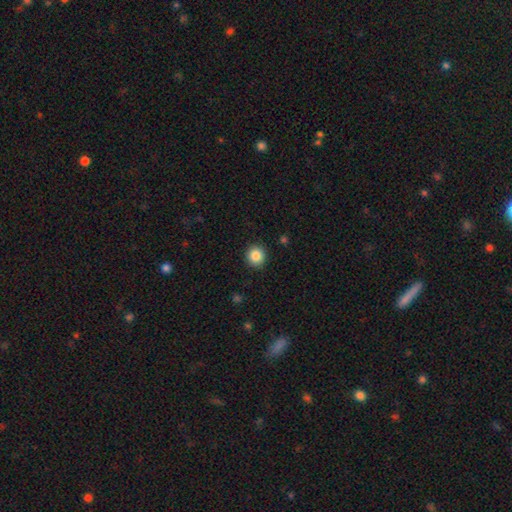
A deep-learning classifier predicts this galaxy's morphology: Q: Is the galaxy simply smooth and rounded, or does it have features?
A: smooth — 86%.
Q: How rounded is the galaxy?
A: round — 91%.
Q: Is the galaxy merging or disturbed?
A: none — 91%.